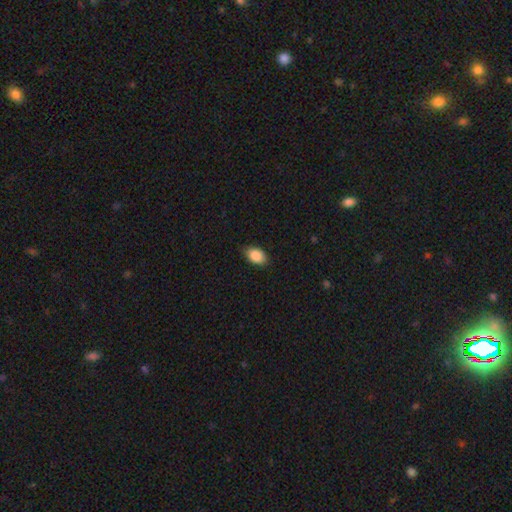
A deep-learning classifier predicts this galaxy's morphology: smooth 88%, star or artifact 7%, featured or disk 5%. Down the decision tree: how rounded — in between (89%); merging — none (83%).